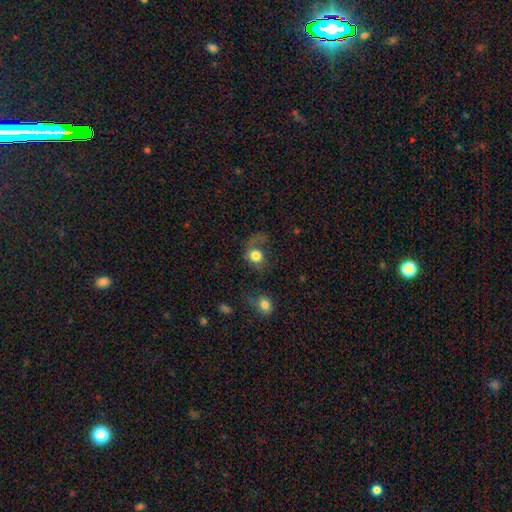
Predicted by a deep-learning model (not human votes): Smooth or featured: smooth — 74% (featured or disk — 16%)
How rounded: round — 69% (in between — 30%)
Merging: none — 37% (major disturbance — 34%)